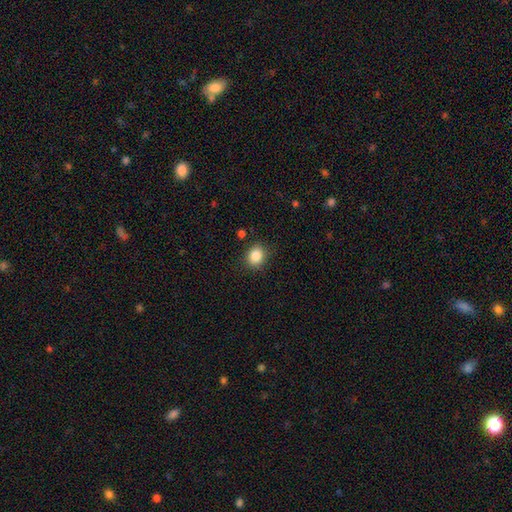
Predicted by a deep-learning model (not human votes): This appears to be a smooth galaxy with no disk features (86%) that is round (63%). Merging: none (86%).